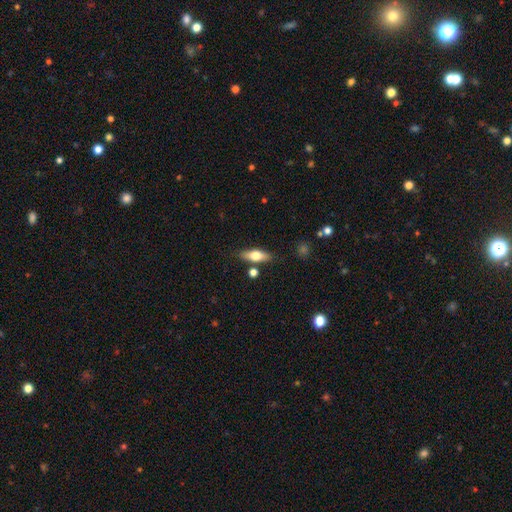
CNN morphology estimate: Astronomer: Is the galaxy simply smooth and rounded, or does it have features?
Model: smooth — 65%.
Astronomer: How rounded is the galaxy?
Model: in between — 63%.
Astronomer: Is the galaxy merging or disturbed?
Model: none — 79%.